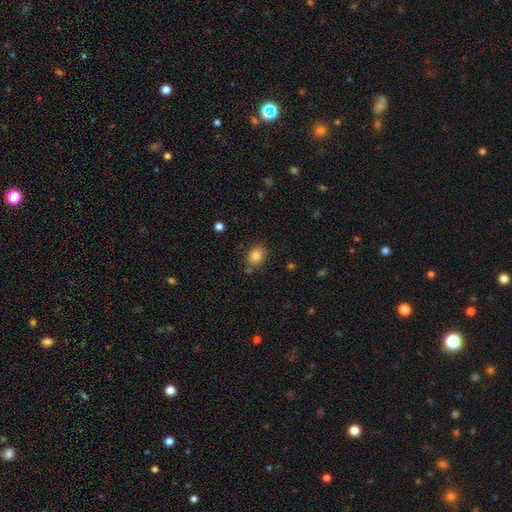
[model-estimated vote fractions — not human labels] Smooth or featured?
  - smooth: 82% *
  - star or artifact: 10%
  - featured or disk: 8%
How rounded?
  - in between: 62% *
  - round: 37%
  - cigar-shaped: 1%
Merging?
  - none: 79% *
  - minor disturbance: 13%
  - merger: 6%
  - major disturbance: 3%